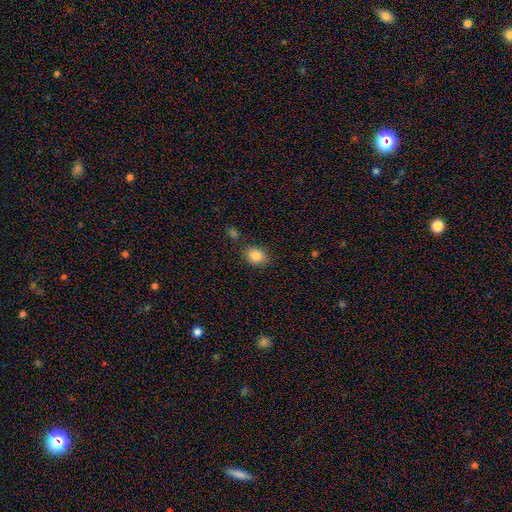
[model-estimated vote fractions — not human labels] Smooth or featured? smooth (86%)
How rounded? in between (57%)
Merging? none (81%)